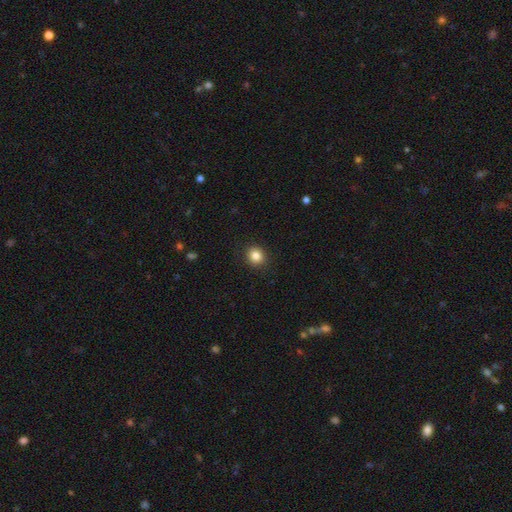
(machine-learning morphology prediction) Smooth or featured? smooth (85%)
How rounded? round (80%)
Merging? none (91%)